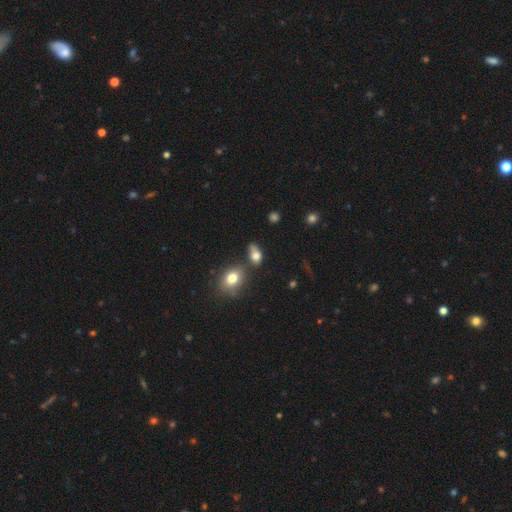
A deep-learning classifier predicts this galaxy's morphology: Smooth or featured? smooth (74%)
How rounded? in between (73%)
Merging? none (42%)